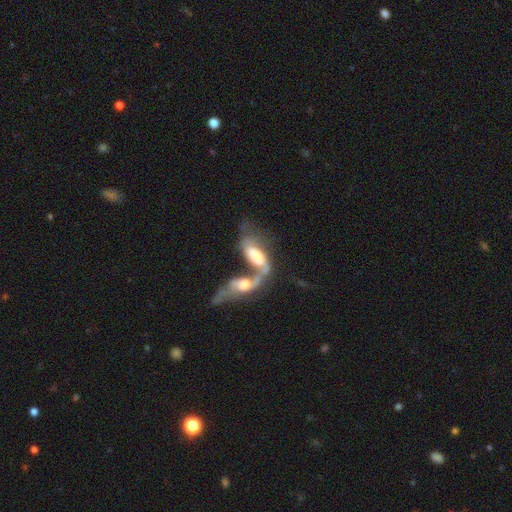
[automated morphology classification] type=featured or disk (52%); edge-on=no (83%); merging=merger (78%).